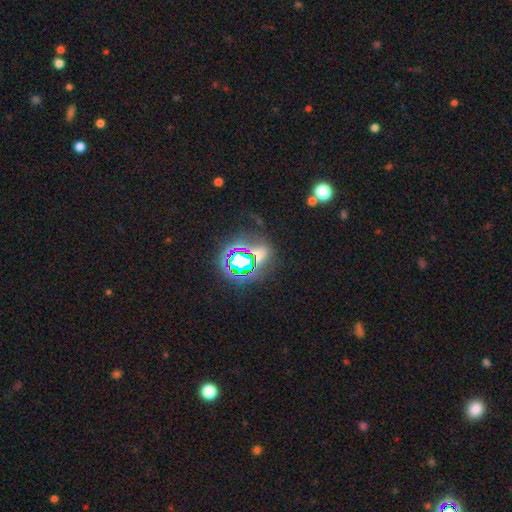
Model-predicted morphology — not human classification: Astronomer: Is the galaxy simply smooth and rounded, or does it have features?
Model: star or artifact — 66%.